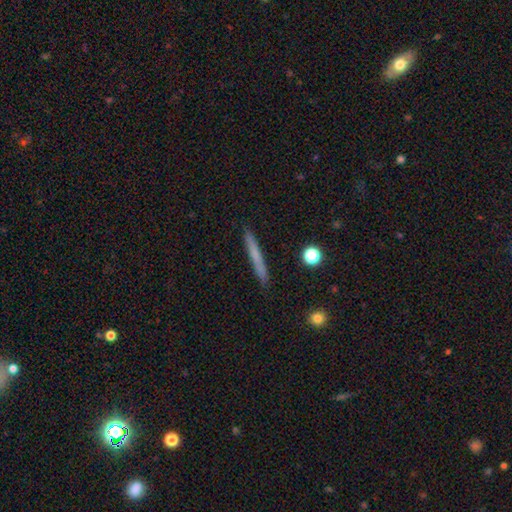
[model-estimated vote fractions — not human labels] smooth-or-featured: smooth: 62% | featured or disk: 30% | star or artifact: 7%
  how-rounded: cigar-shaped: 96% | in between: 2% | round: 2%
  merging: none: 90% | minor disturbance: 7% | major disturbance: 1% | merger: 1%